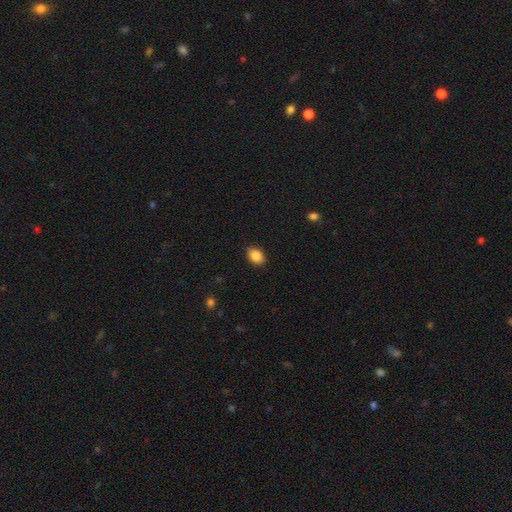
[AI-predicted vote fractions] Q: Smooth or featured?
A: smooth (87%); runner-up: star or artifact (8%)
Q: How rounded?
A: in between (79%); runner-up: round (20%)
Q: Merging?
A: none (87%); runner-up: minor disturbance (10%)